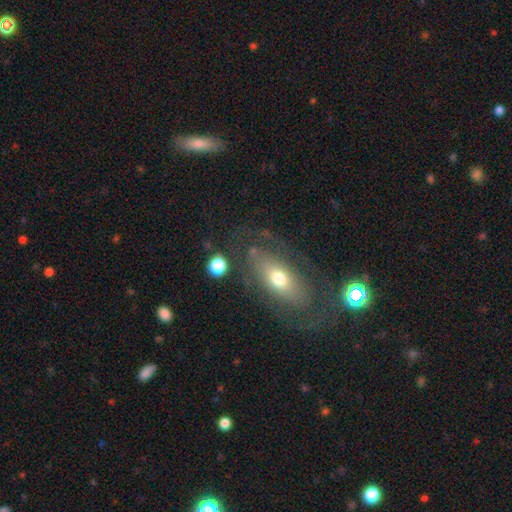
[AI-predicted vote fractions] A featured or disk galaxy (54%). Merging: none (66%).